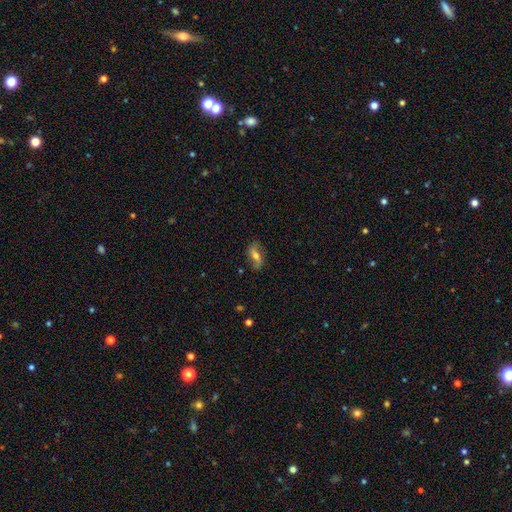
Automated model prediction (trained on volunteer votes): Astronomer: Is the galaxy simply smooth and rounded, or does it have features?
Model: featured or disk — 54% (runner-up: smooth, 37%).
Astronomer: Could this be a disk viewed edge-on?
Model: no — 83%.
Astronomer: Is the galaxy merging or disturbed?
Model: none — 76%.